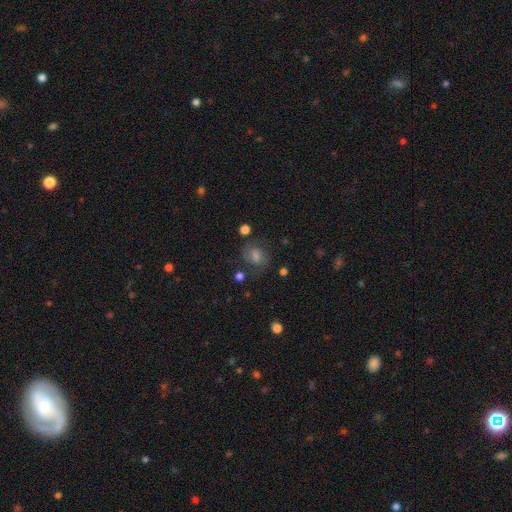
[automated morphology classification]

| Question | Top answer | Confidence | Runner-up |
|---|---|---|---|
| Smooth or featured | smooth | 40% | featured or disk (38%) |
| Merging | none | 72% | minor disturbance (16%) |